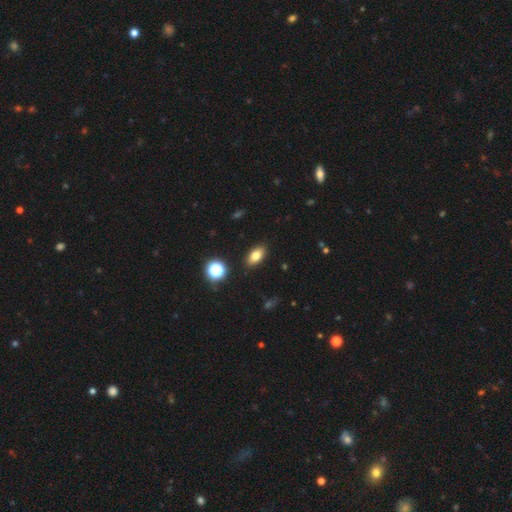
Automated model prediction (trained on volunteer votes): This is likely a smooth galaxy (78%). How rounded: clearly in between (86%). Merging: clearly none (88%).